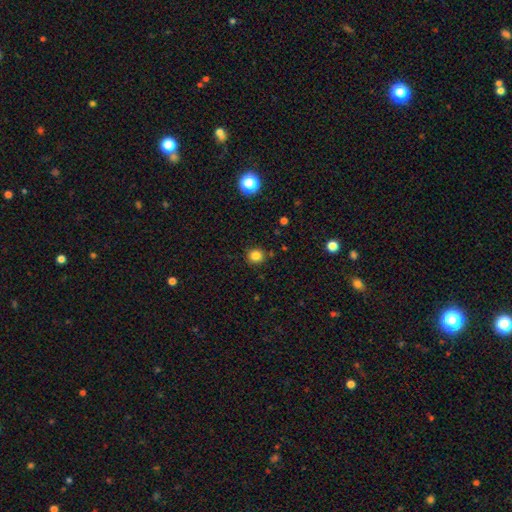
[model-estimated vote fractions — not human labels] A smooth galaxy with no disk features (82%) that is round (89%).

Vote fractions:
- Smooth or featured? smooth: 82% / star or artifact: 13% / featured or disk: 5%
- How rounded? round: 89% / in between: 10% / cigar-shaped: 1%
- Merging? none: 89% / minor disturbance: 7% / merger: 2% / major disturbance: 2%